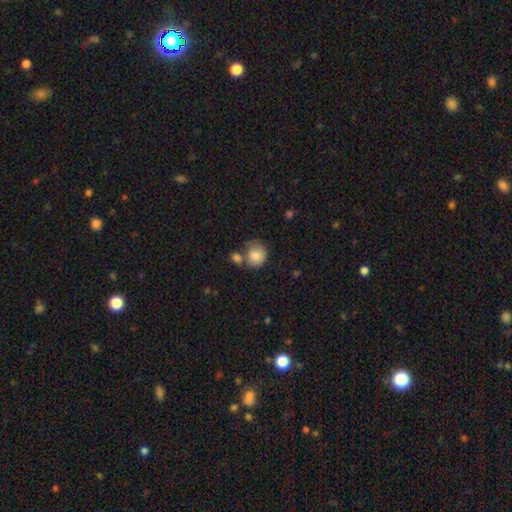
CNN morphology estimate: smooth 83%, featured or disk 9%, star or artifact 8%. Down the decision tree: how rounded — round (81%); merging — none (49%).